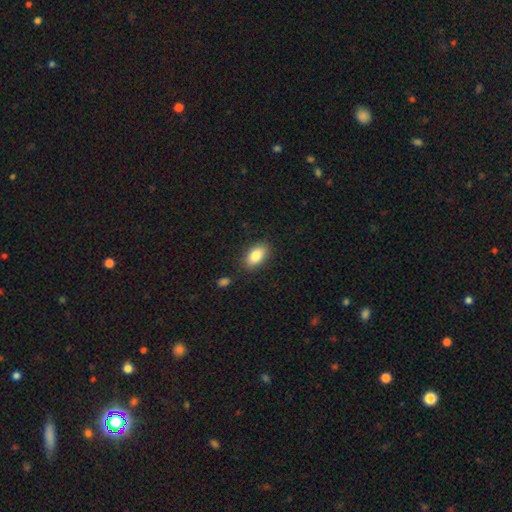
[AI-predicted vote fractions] Morphology: type=smooth (84%); roundness=in between (91%); merging=none (85%).